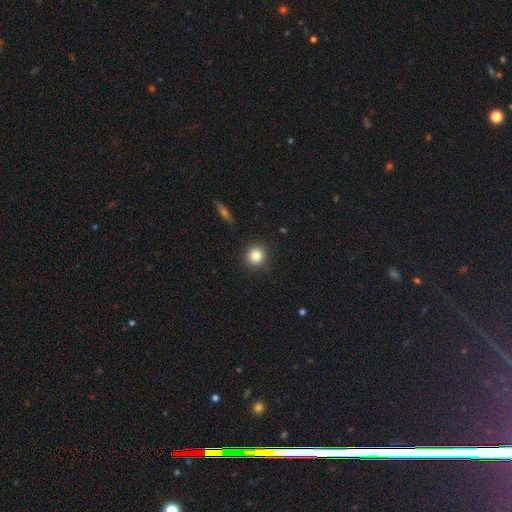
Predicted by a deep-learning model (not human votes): Smooth or featured? Predicted: smooth (p=0.83). How rounded? Predicted: round (p=0.92). Merging? Predicted: none (p=0.91).